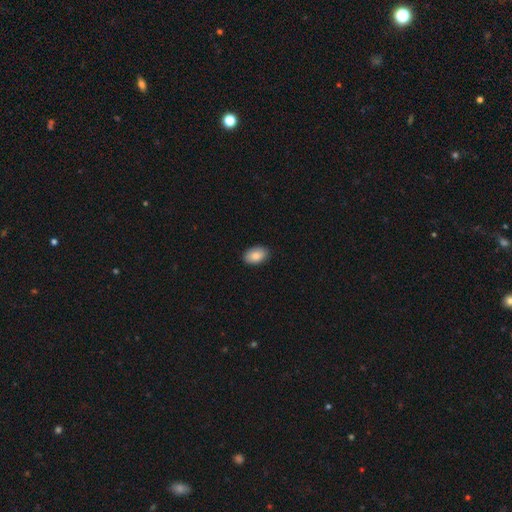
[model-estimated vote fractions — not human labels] smooth 86%, featured or disk 7%, star or artifact 7%. Down the decision tree: how rounded — in between (92%); merging — none (88%).